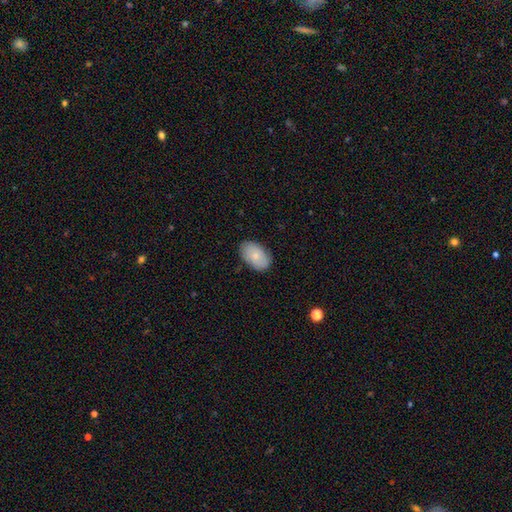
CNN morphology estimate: This appears to be a smooth galaxy with no disk features (77%) that is in between round and cigar-shaped (92%). Merging: none (84%).